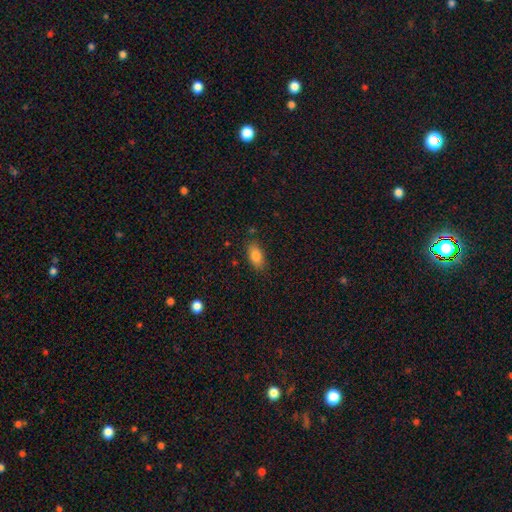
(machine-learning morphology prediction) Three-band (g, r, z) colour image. It shows a smooth galaxy with no disk features (84%) that is in between round and cigar-shaped (89%). Merging: none (84%).